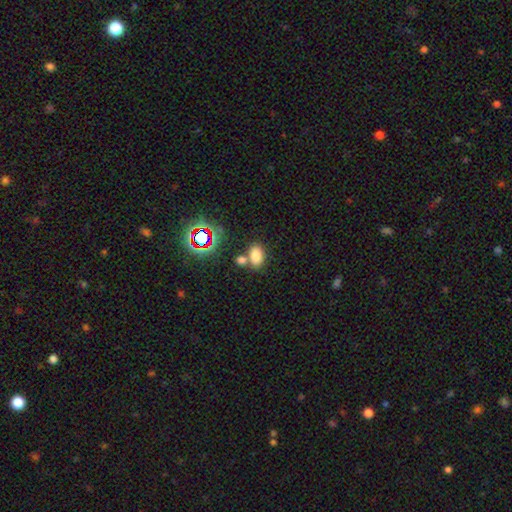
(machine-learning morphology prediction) Smooth or featured: smooth — 75% (star or artifact — 17%)
How rounded: in between — 82% (round — 16%)
Merging: none — 60% (merger — 25%)